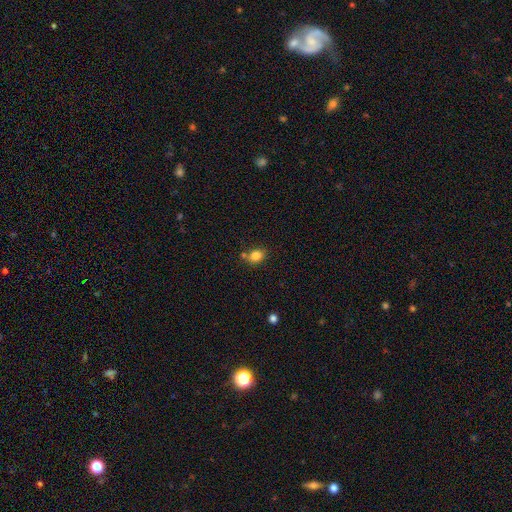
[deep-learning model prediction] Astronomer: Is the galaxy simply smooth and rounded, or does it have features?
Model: smooth — 82%.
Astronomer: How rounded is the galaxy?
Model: in between — 53% (runner-up: round, 46%).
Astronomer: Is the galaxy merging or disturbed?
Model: none — 69%.